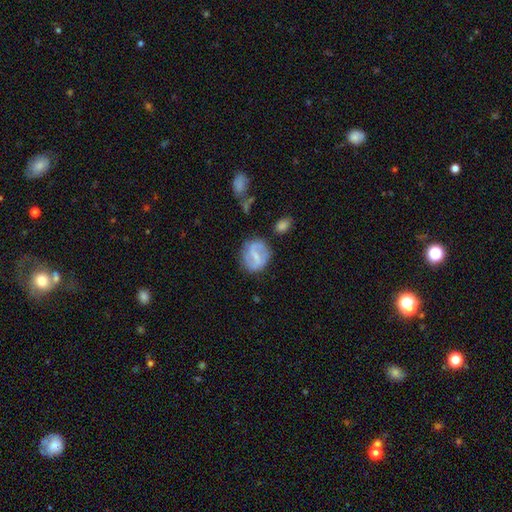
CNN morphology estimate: smooth_or_featured: featured or disk (p=0.62) [alt: smooth p=0.32]
disk_edge_on: no (p=0.96) [alt: yes p=0.04]
bar: weak (p=0.43) [alt: strong p=0.42]
has_spiral_arms: yes (p=0.72) [alt: no p=0.28]
bulge_size: small (p=0.55) [alt: moderate p=0.25]
merging: none (p=0.73) [alt: minor disturbance p=0.17]